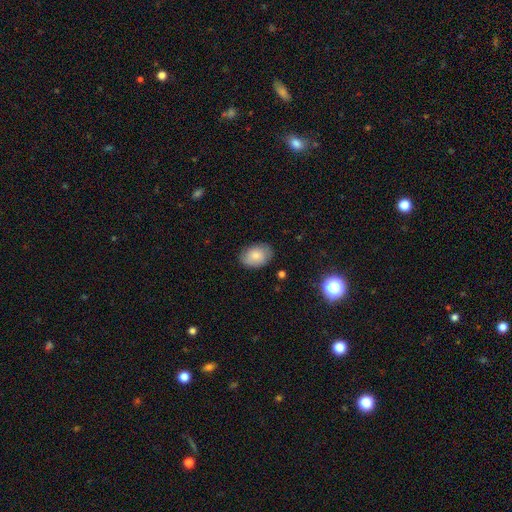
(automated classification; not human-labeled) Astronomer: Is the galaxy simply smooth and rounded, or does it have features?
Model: smooth — 80%.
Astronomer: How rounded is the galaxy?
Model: in between — 81%.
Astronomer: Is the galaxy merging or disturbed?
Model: none — 81%.